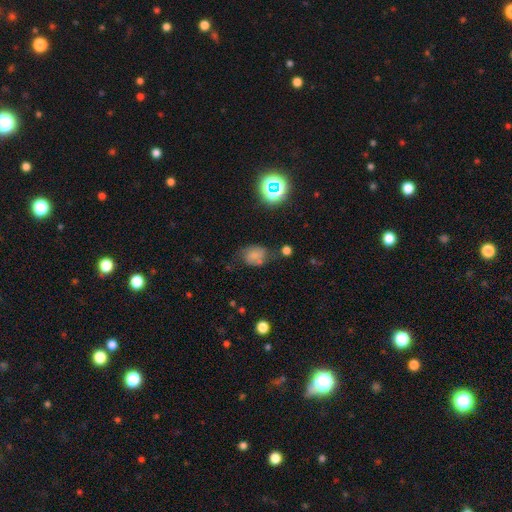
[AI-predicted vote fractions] Overall: smooth (59%; featured or disk 22%). How rounded: in between (63%; round 35%). Merging: none (52%; minor disturbance 28%).